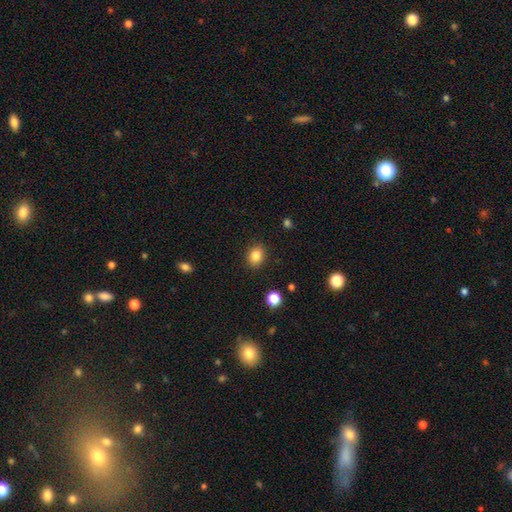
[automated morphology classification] Smooth or featured? smooth (84%)
How rounded? round (53%)
Merging? none (89%)